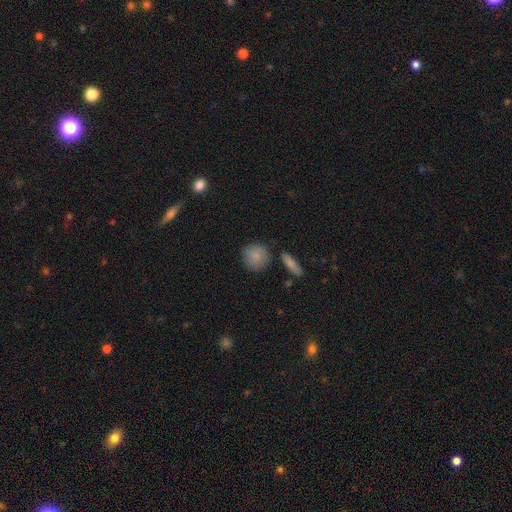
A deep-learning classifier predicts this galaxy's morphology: Q: Smooth or featured?
A: smooth (85%); runner-up: featured or disk (9%)
Q: How rounded?
A: round (87%); runner-up: in between (12%)
Q: Merging?
A: none (77%); runner-up: minor disturbance (14%)